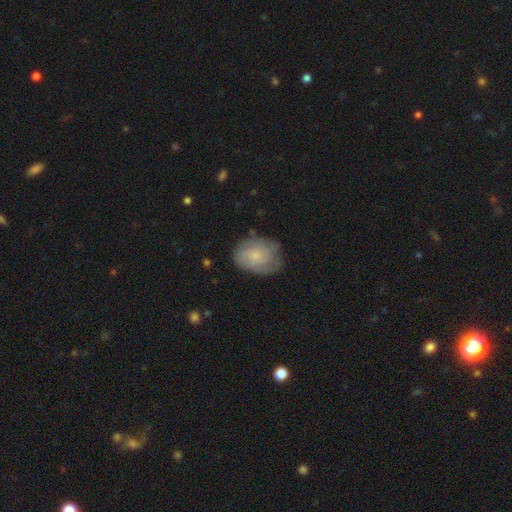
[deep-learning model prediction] smooth_or_featured: smooth (p=0.58) [alt: featured or disk p=0.35]
how_rounded: in between (p=0.67) [alt: round p=0.32]
merging: none (p=0.64) [alt: minor disturbance p=0.26]